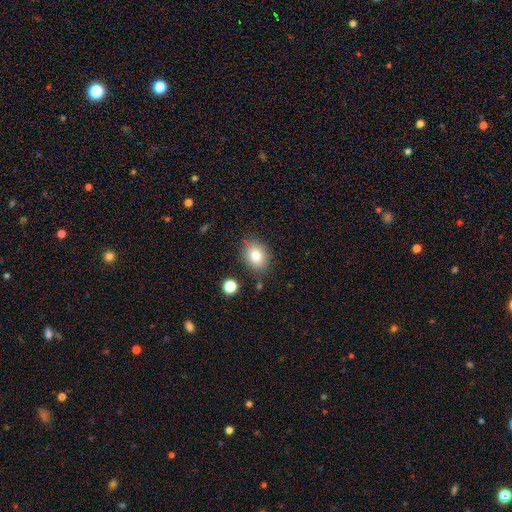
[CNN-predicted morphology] smooth 80%, star or artifact 11%, featured or disk 10%. Down the decision tree: how rounded — in between (53%); merging — none (79%).